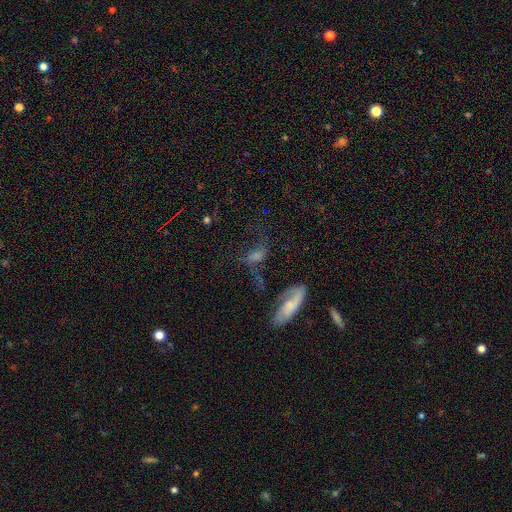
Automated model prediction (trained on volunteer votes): smooth_or_featured: featured or disk (p=0.39) [alt: smooth p=0.37]
merging: none (p=0.44) [alt: major disturbance p=0.22]